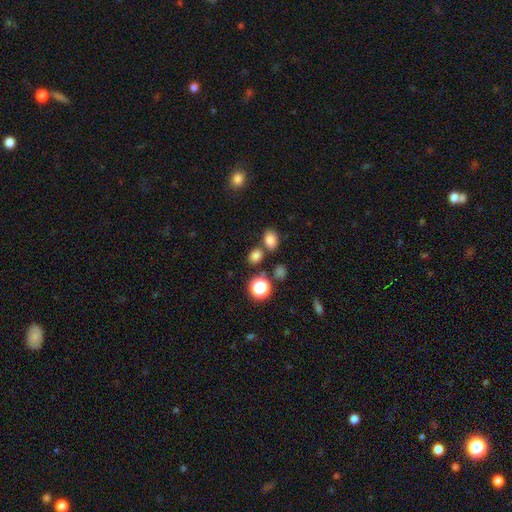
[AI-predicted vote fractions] smooth 77%, star or artifact 17%, featured or disk 6%. Down the decision tree: how rounded — in between (53%); merging — none (68%).